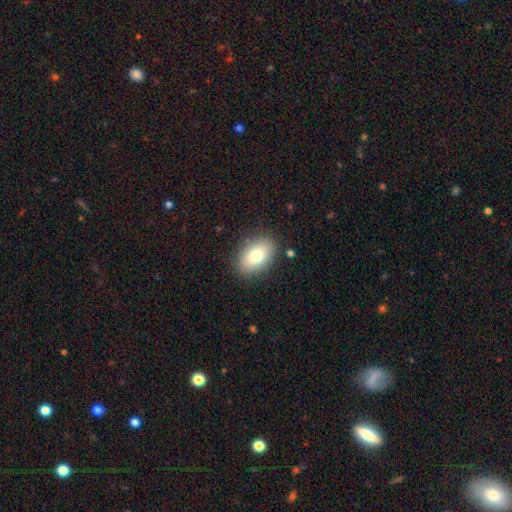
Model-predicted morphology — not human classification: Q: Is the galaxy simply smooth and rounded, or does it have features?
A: smooth — 79%.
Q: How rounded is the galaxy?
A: in between — 86%.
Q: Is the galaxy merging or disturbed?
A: none — 86%.